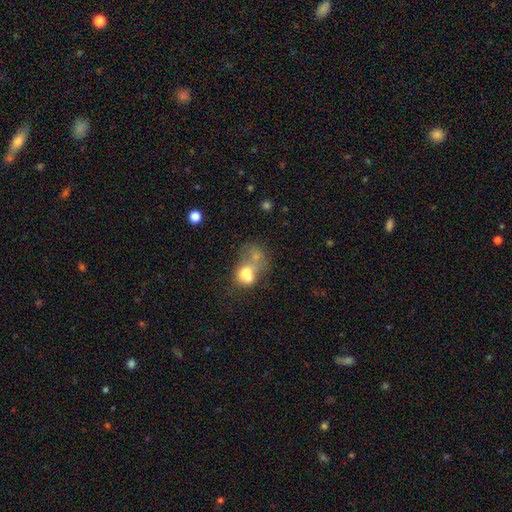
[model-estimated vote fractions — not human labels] smooth-or-featured: smooth: 56% | featured or disk: 28% | star or artifact: 16%
  how-rounded: round: 51% | in between: 47% | cigar-shaped: 2%
  merging: merger: 66% | none: 17% | major disturbance: 10% | minor disturbance: 7%